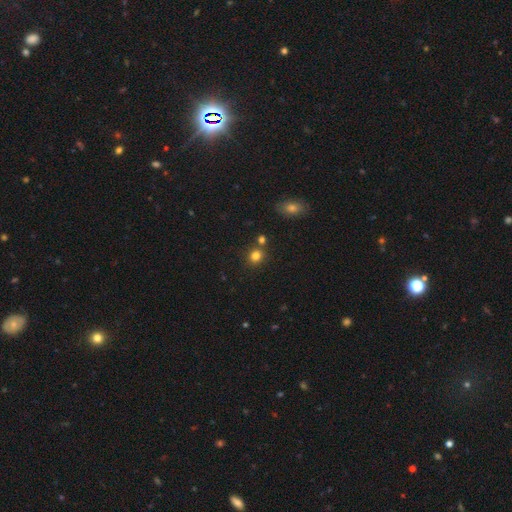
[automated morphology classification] Smooth or featured?
  - smooth: 81% *
  - star or artifact: 13%
  - featured or disk: 6%
How rounded?
  - round: 83% *
  - in between: 16%
  - cigar-shaped: 1%
Merging?
  - none: 76% *
  - merger: 12%
  - minor disturbance: 9%
  - major disturbance: 3%